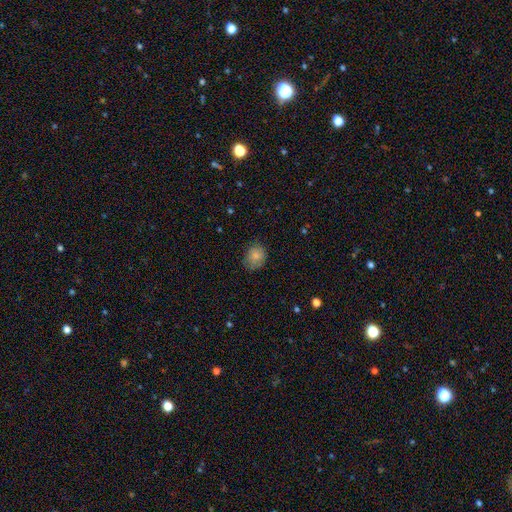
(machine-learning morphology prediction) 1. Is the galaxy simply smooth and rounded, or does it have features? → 82% smooth, 10% featured or disk, 9% star or artifact.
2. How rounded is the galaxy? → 64% round, 35% in between, 1% cigar-shaped.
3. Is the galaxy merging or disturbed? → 75% none, 19% minor disturbance, 5% major disturbance, 1% merger.